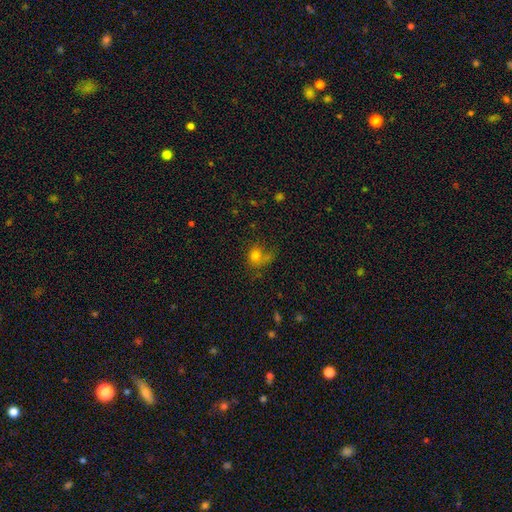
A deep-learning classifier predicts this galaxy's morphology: type=smooth (71%); roundness=round (63%); merging=none (39%).